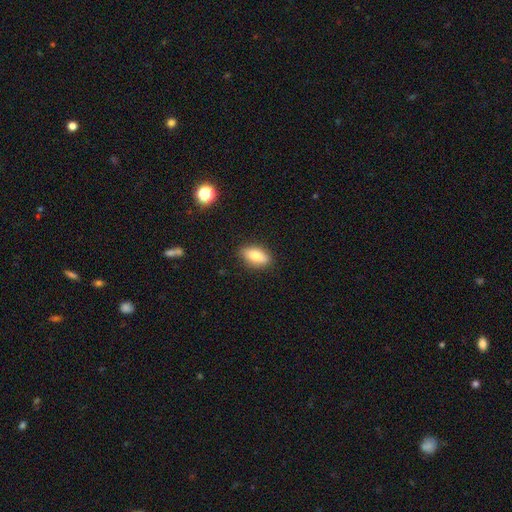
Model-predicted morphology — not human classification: This appears to be a smooth galaxy with no disk features (77%) that is in between round and cigar-shaped (85%). Merging: none (86%).